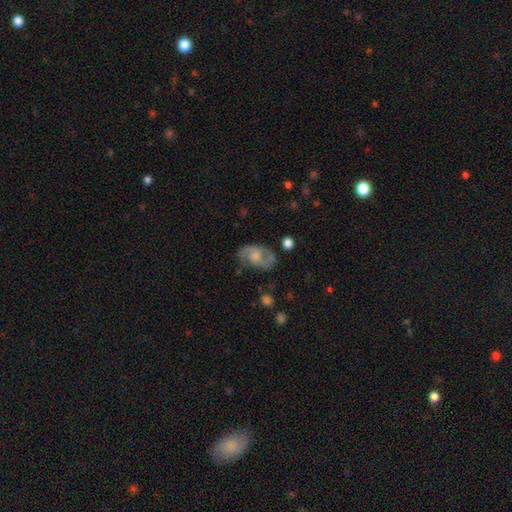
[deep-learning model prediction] smooth-or-featured: featured or disk: 64% | smooth: 29% | star or artifact: 7%
  disk-edge-on: no: 96% | yes: 4%
    bar: no: 66% | weak: 30% | strong: 5%
    has-spiral-arms: yes: 84% | no: 16%
      spiral-winding: medium: 50% | tight: 25% | loose: 25%
      spiral-arm-count: 2: 81% | can't tell: 11% | 1: 4% | 3: 2% | 4: 1% | more than 4: 1%
    bulge-size: moderate: 39% | small: 27% | large: 17% | none: 16% | dominant: 2%
  merging: none: 67% | minor disturbance: 21% | major disturbance: 10% | merger: 2%